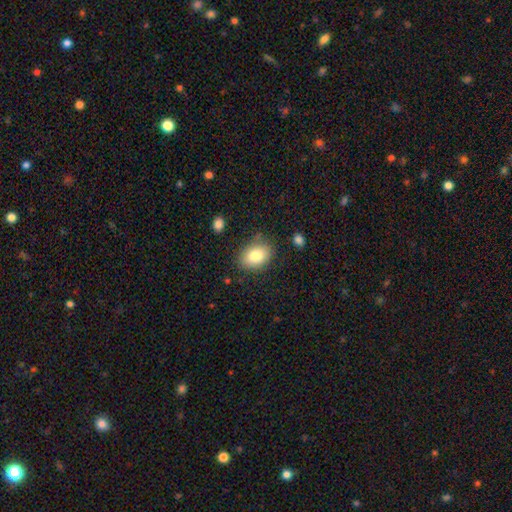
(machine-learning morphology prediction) Overall: smooth (83%). How rounded: in between (79%). Merging: none (79%).